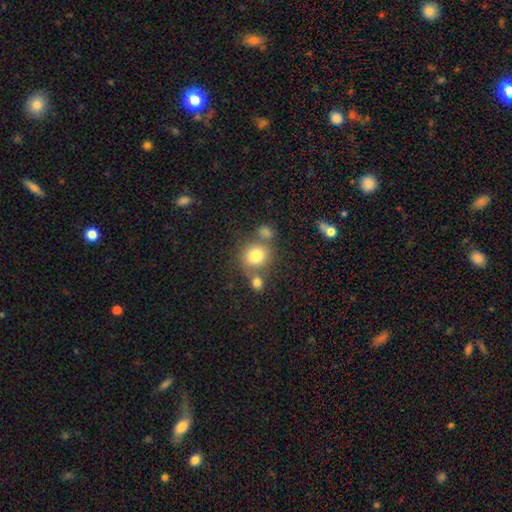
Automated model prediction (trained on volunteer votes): Overall: smooth (79%). How rounded: round (83%). Merging: none (58%; merger 27%).